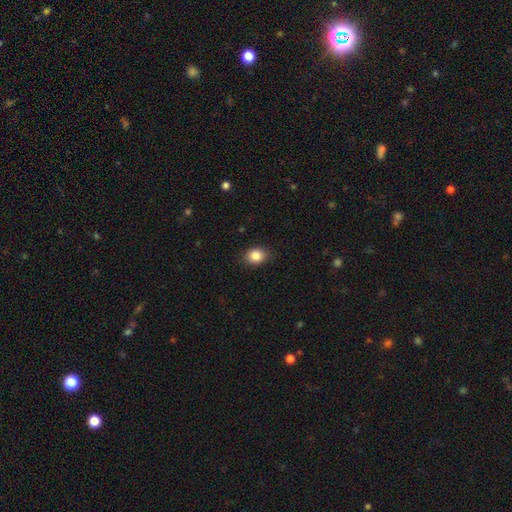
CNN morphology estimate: A smooth galaxy with no disk features (85%) that is in between round and cigar-shaped (61%).

Vote fractions:
- Smooth or featured? smooth: 85% / star or artifact: 9% / featured or disk: 6%
- How rounded? in between: 61% / round: 38% / cigar-shaped: 1%
- Merging? none: 86% / minor disturbance: 11% / major disturbance: 2% / merger: 1%